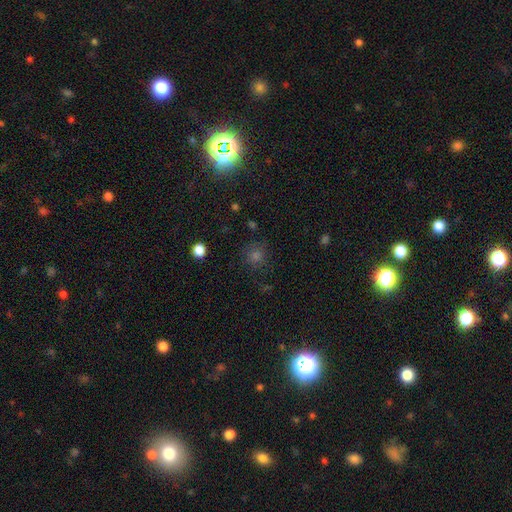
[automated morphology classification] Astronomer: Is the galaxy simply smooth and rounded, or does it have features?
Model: smooth — 52% (runner-up: star or artifact, 39%).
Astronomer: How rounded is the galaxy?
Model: round — 89%.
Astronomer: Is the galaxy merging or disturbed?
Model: none — 82%.